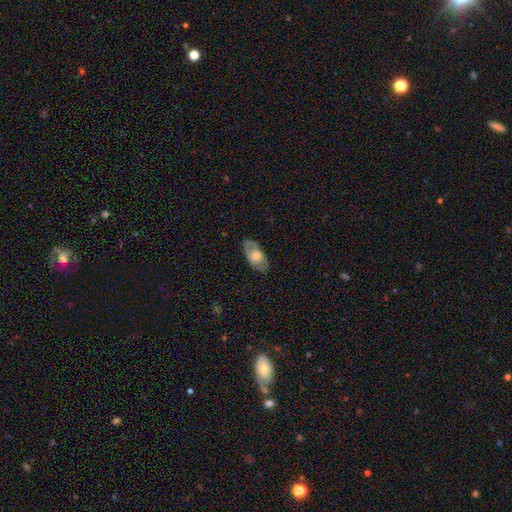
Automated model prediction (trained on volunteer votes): smooth-or-featured: featured or disk: 49% | smooth: 45% | star or artifact: 6%
  merging: none: 80% | minor disturbance: 14% | major disturbance: 5% | merger: 1%